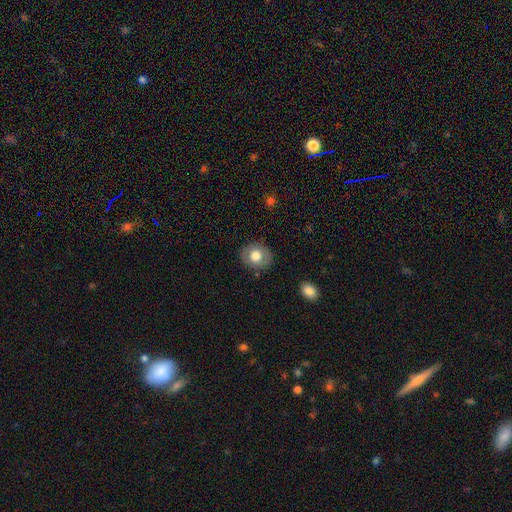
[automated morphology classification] type=smooth (71%); roundness=round (67%); merging=none (85%).